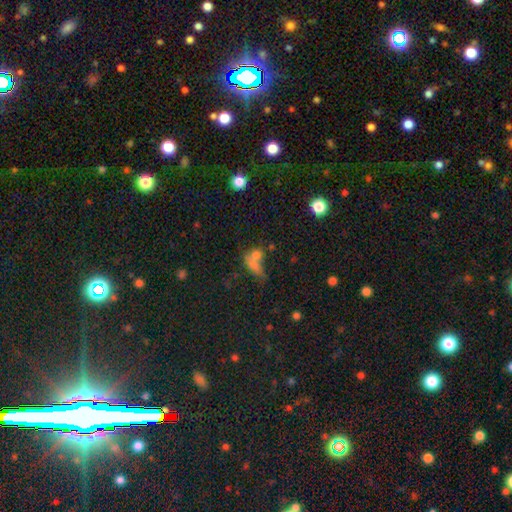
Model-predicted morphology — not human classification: This is likely a smooth galaxy (68%). How rounded: possibly in between (58%). Merging: possibly merger (54%).